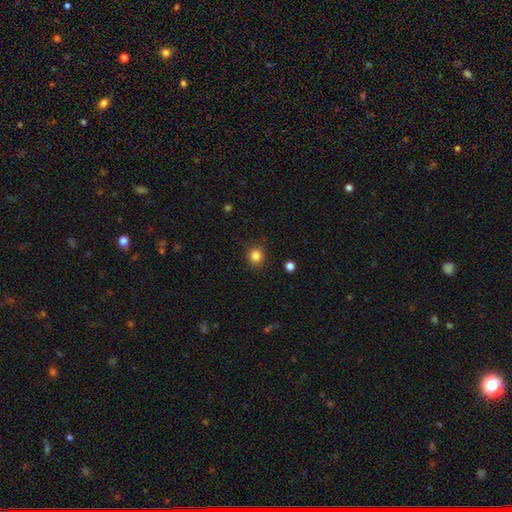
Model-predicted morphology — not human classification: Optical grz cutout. It shows a smooth galaxy with no disk features (84%) that is round (89%). Merging: none (89%).